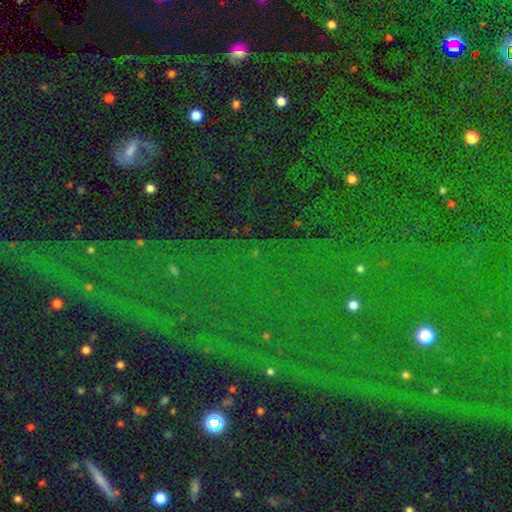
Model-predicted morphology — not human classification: Smooth or featured?
  - star or artifact: 85% *
  - smooth: 9%
  - featured or disk: 7%